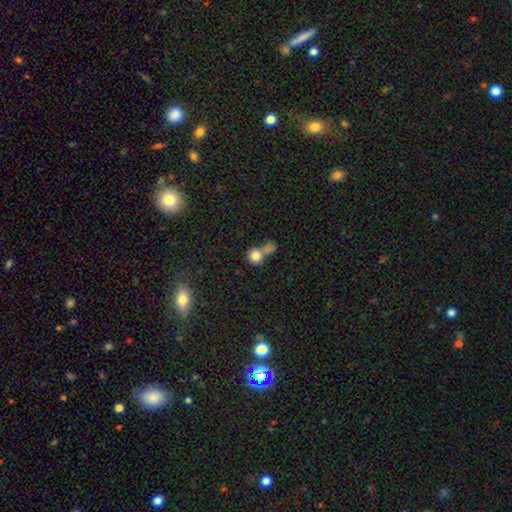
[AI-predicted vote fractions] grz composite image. It shows a smooth galaxy with no disk features (80%) that is round (84%). Merging: merger (52%).